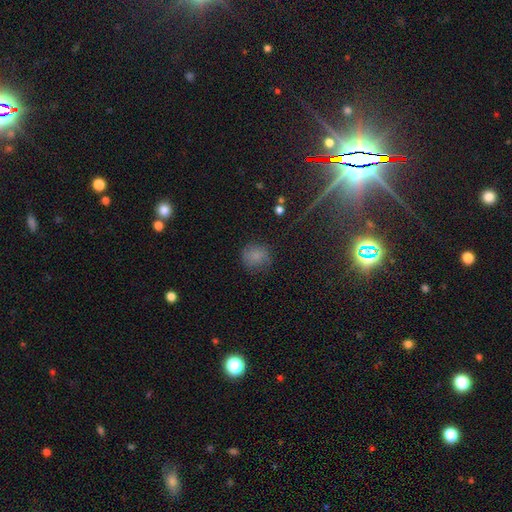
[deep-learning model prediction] smooth_or_featured: smooth (p=0.75) [alt: star or artifact p=0.15]
how_rounded: round (p=0.84) [alt: in between p=0.15]
merging: none (p=0.72) [alt: minor disturbance p=0.20]